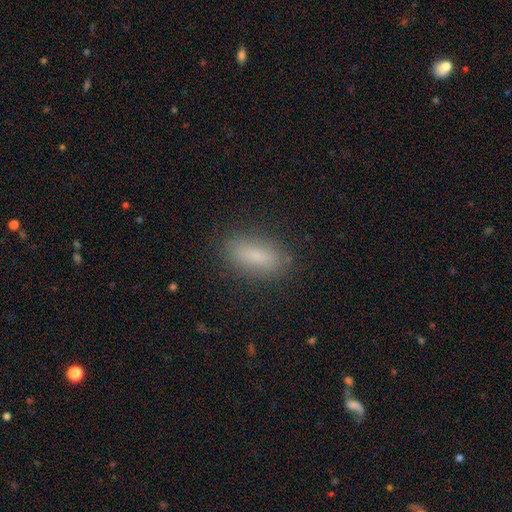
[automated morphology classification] This is clearly a smooth galaxy (81%). How rounded: likely in between (74%). Merging: clearly none (85%).